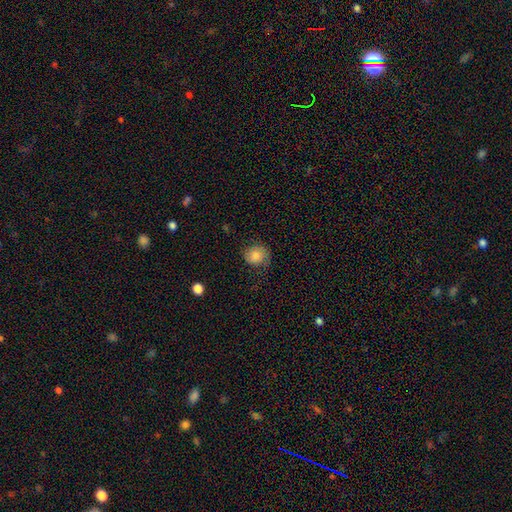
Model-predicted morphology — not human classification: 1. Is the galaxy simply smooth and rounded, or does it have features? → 78% smooth, 13% featured or disk, 9% star or artifact.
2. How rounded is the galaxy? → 79% round, 20% in between, 1% cigar-shaped.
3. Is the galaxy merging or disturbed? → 68% none, 22% minor disturbance, 9% major disturbance, 1% merger.